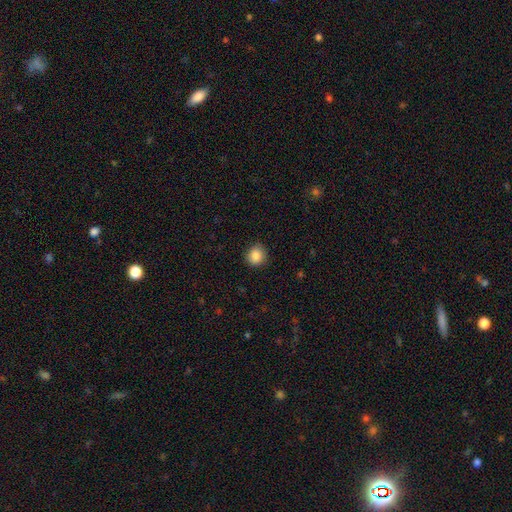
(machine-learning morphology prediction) Smooth or featured? smooth (87%)
How rounded? round (83%)
Merging? none (85%)